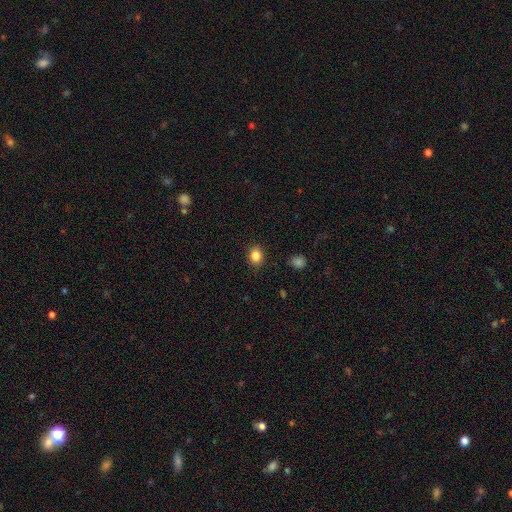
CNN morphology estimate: Overall: smooth (85%). How rounded: round (55%; in between 44%). Merging: none (89%).